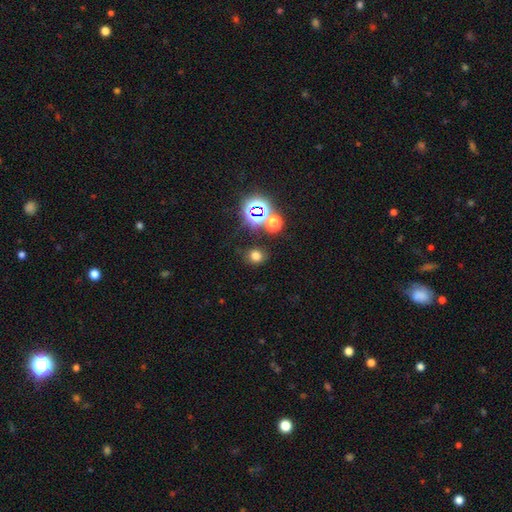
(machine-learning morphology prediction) type=smooth (68%); roundness=round (74%); merging=none (79%).